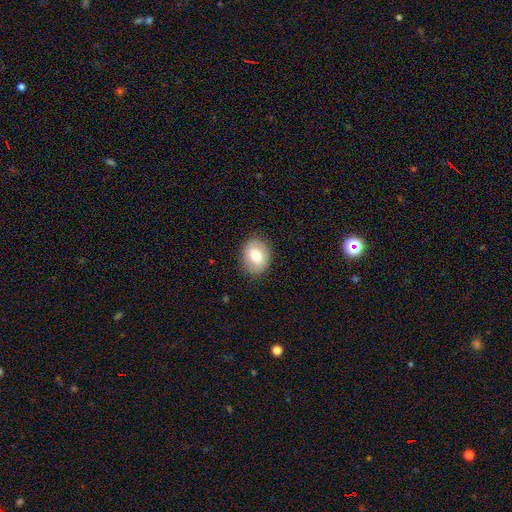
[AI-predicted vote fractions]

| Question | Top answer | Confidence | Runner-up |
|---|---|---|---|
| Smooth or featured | smooth | 74% | featured or disk (18%) |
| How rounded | in between | 64% | round (36%) |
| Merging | none | 84% | minor disturbance (12%) |